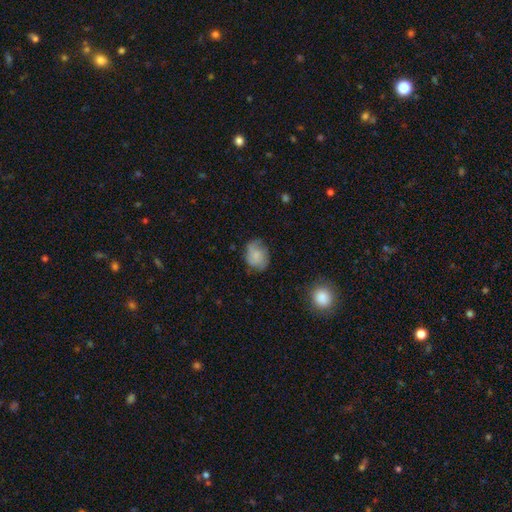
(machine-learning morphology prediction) smooth-or-featured: smooth: 70% | featured or disk: 22% | star or artifact: 8%
  how-rounded: in between: 53% | round: 46% | cigar-shaped: 1%
  merging: none: 64% | minor disturbance: 26% | major disturbance: 8% | merger: 2%